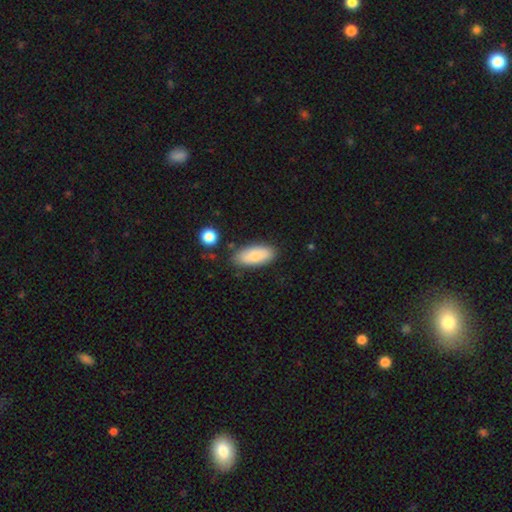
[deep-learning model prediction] A smooth galaxy with no disk features (84%) that is in between round and cigar-shaped (85%). Merging: none (81%).